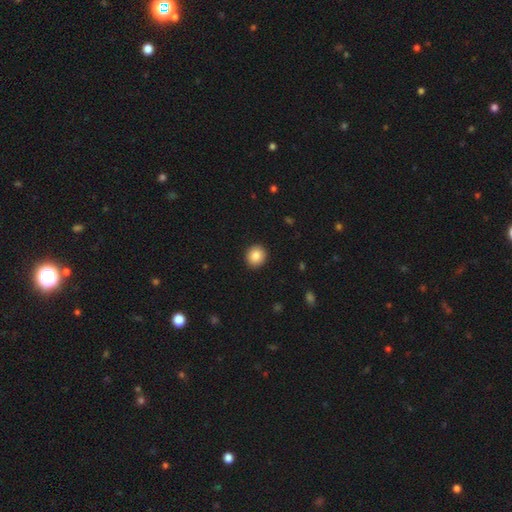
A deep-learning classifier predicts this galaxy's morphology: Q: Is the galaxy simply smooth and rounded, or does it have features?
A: smooth — 86%.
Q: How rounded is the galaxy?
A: round — 84%.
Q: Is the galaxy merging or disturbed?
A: none — 92%.